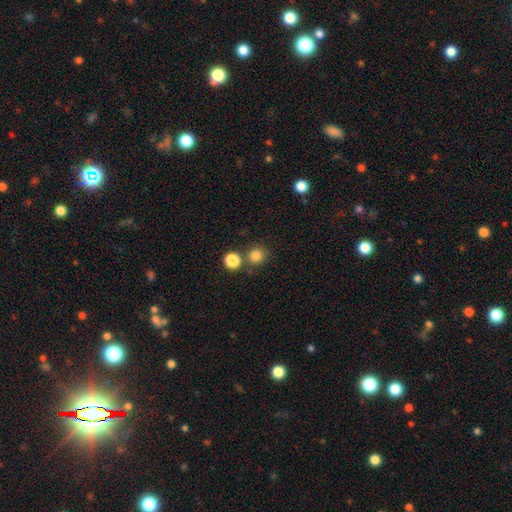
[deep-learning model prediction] Morphology: type=smooth (83%); roundness=round (90%); merging=none (73%).